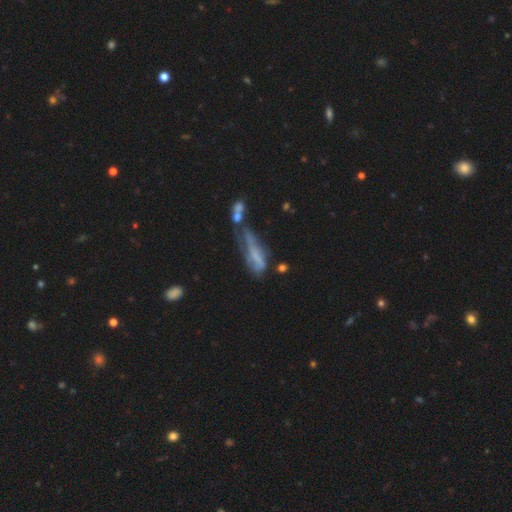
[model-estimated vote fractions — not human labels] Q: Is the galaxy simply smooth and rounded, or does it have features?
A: featured or disk — 45%.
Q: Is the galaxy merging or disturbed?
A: major disturbance — 33%.